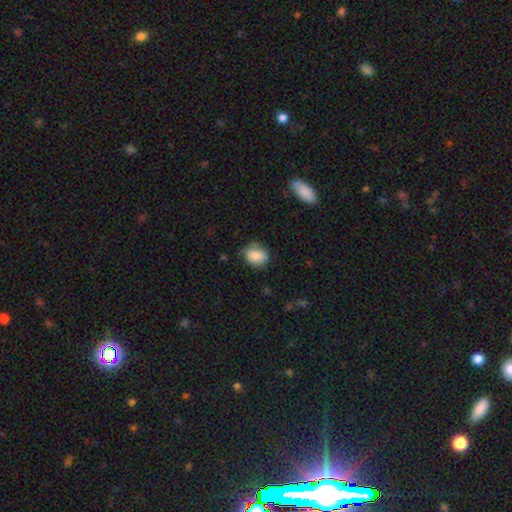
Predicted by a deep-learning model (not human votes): Smooth or featured?
  - smooth: 83% *
  - featured or disk: 9%
  - star or artifact: 8%
How rounded?
  - in between: 59% *
  - round: 40%
  - cigar-shaped: 1%
Merging?
  - none: 62% *
  - minor disturbance: 28%
  - major disturbance: 8%
  - merger: 2%